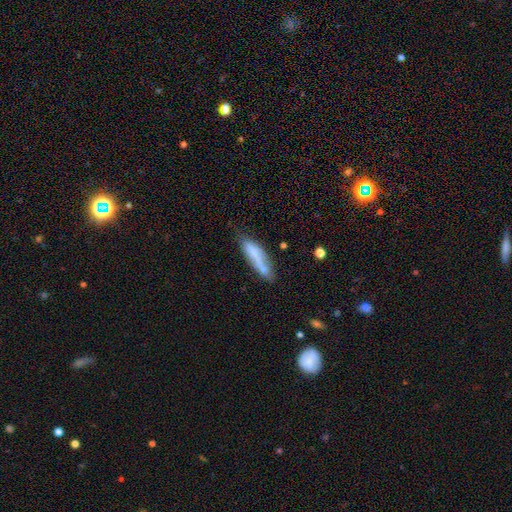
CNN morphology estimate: A smooth galaxy with no disk features (66%) that is cigar-shaped (71%).

Vote fractions:
- Smooth or featured? smooth: 66% / featured or disk: 26% / star or artifact: 8%
- How rounded? cigar-shaped: 71% / in between: 27% / round: 2%
- Merging? none: 54% / minor disturbance: 27% / major disturbance: 10% / merger: 10%